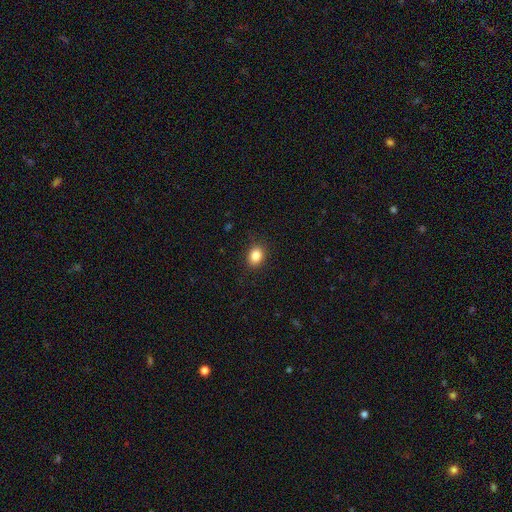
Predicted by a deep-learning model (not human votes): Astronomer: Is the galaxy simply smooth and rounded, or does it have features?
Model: smooth — 85%.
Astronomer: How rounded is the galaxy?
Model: in between — 58% (runner-up: round, 41%).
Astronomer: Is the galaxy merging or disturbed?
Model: none — 88%.